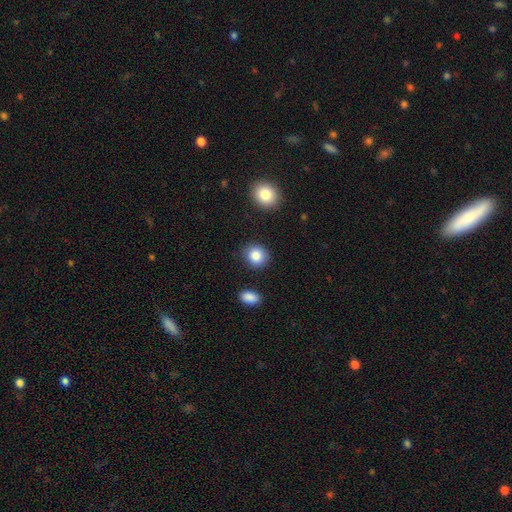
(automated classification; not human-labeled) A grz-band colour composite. It shows a smooth galaxy with no disk features (86%) that is round (77%). Merging: none (86%).